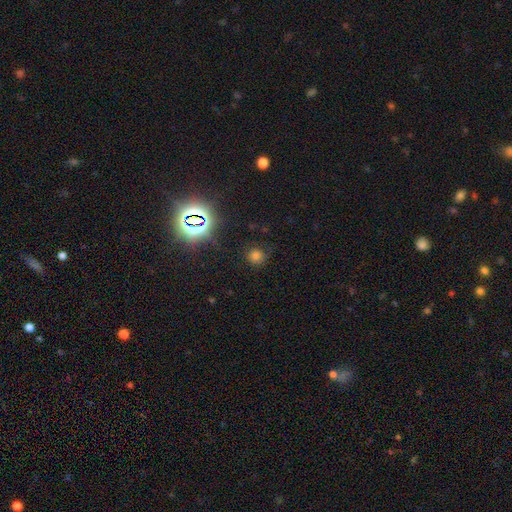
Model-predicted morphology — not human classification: Smooth or featured?
  - smooth: 67% *
  - star or artifact: 26%
  - featured or disk: 7%
How rounded?
  - round: 89% *
  - in between: 10%
  - cigar-shaped: 1%
Merging?
  - none: 84% *
  - minor disturbance: 11%
  - major disturbance: 4%
  - merger: 2%